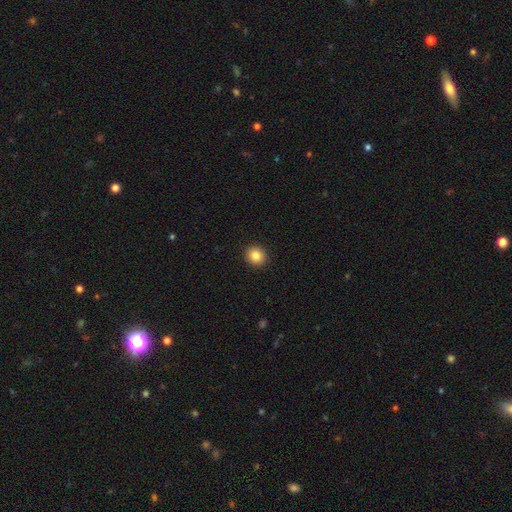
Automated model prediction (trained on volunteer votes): Morphology: type=smooth (84%); roundness=round (86%); merging=none (93%).